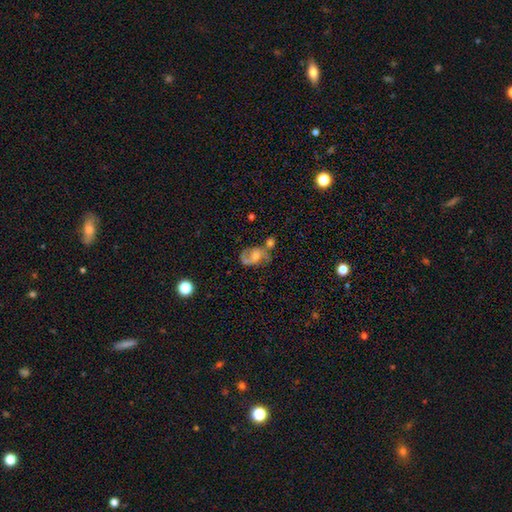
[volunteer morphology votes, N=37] Volunteers were most divided on "spiral winding" (2-way tie): medium: 36%, loose: 36%, tight: 28%. Remaining: edge-on disk — no (96%); spiral arms — yes (93%); smooth or featured — featured or disk (76%); spiral arm count — 2 (72%); merging — none (64%); bar — no (59%); bulge size — moderate (37%).